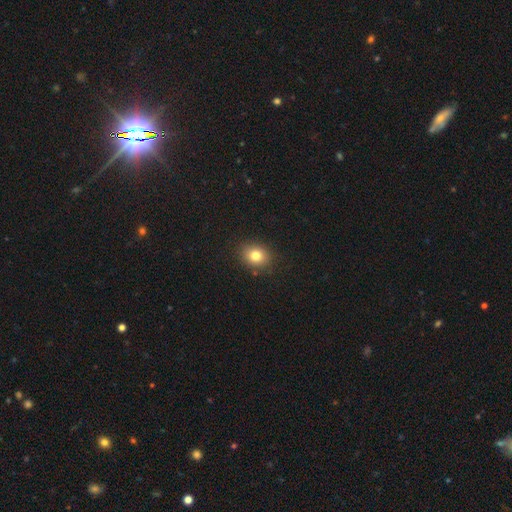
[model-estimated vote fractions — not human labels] Morphology: type=smooth (81%); roundness=round (57%); merging=none (87%).